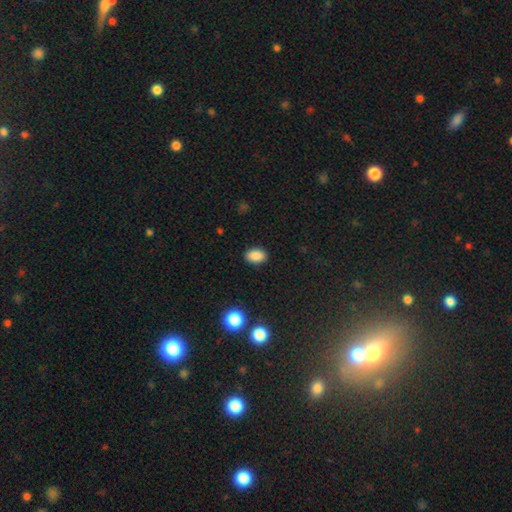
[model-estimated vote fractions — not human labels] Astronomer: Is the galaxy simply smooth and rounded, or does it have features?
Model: smooth — 87%.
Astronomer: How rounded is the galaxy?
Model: in between — 86%.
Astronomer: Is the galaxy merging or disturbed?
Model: none — 88%.